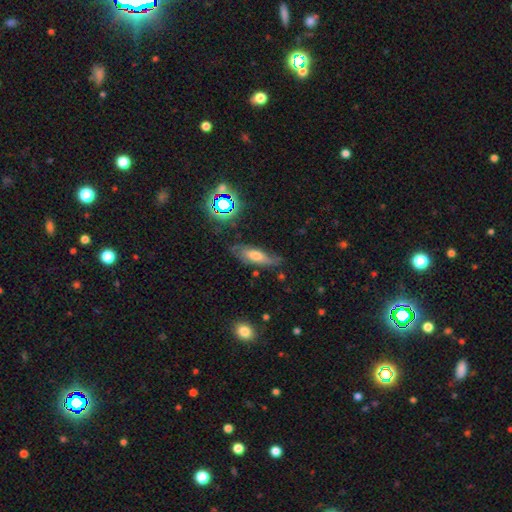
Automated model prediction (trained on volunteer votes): This is possibly a smooth galaxy (46%). Merging: likely none (61%).